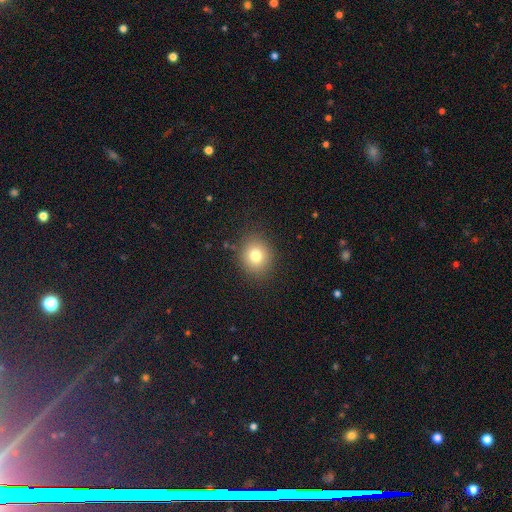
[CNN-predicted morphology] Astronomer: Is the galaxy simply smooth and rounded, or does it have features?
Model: smooth — 78%.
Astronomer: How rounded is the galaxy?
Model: round — 79%.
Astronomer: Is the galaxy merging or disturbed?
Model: none — 87%.